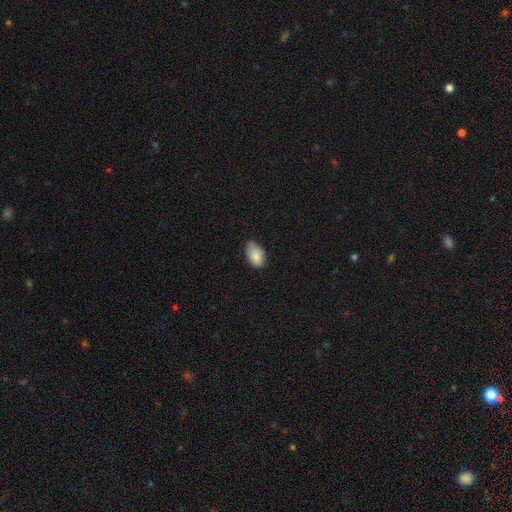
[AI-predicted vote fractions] Smooth or featured: smooth — 85% (featured or disk — 8%)
How rounded: in between — 93% (round — 5%)
Merging: none — 61% (minor disturbance — 34%)